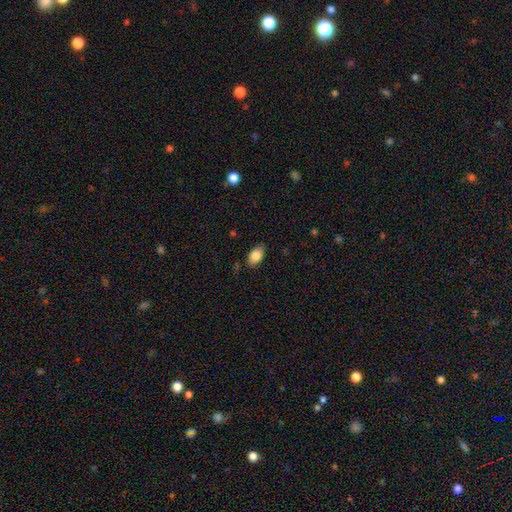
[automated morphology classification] The model was most divided on "merging": none: 83%, minor disturbance: 13%, major disturbance: 3%, merger: 1%. More confident: how rounded — in between (90%); smooth or featured — smooth (85%).